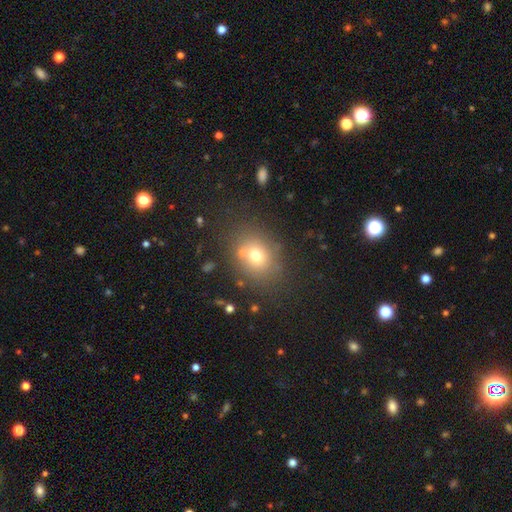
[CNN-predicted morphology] Q: Smooth or featured?
A: smooth (71%); runner-up: star or artifact (15%)
Q: How rounded?
A: round (56%); runner-up: in between (43%)
Q: Merging?
A: none (73%); runner-up: minor disturbance (13%)